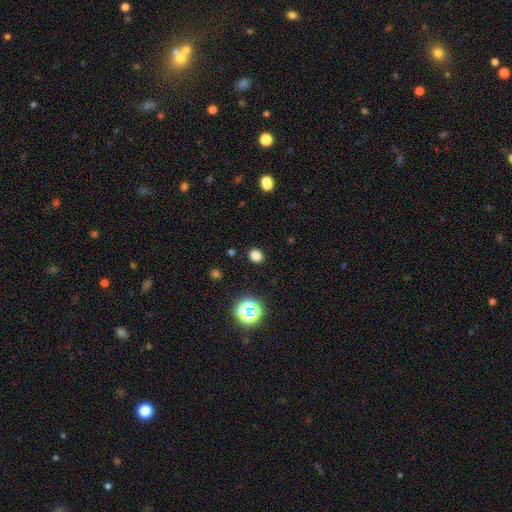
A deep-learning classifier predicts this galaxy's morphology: type=smooth (78%); roundness=round (64%); merging=none (89%).